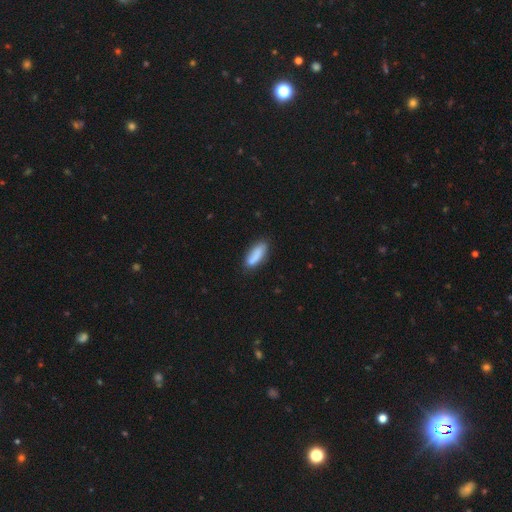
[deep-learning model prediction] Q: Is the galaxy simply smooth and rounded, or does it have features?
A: smooth — 81%.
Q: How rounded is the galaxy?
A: in between — 59%.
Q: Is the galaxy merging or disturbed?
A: none — 72%.